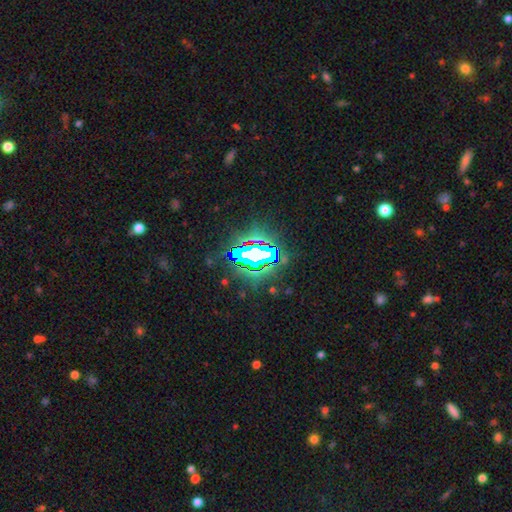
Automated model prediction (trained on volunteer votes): Smooth or featured? star or artifact (75%)